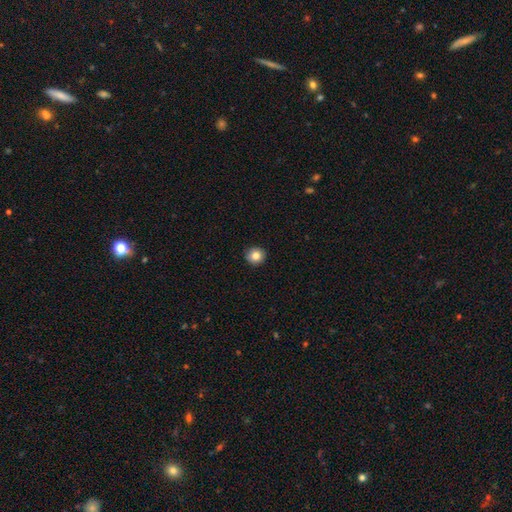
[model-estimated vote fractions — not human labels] This appears to be a smooth galaxy with no disk features (83%) that is round (93%). Merging: none (92%).